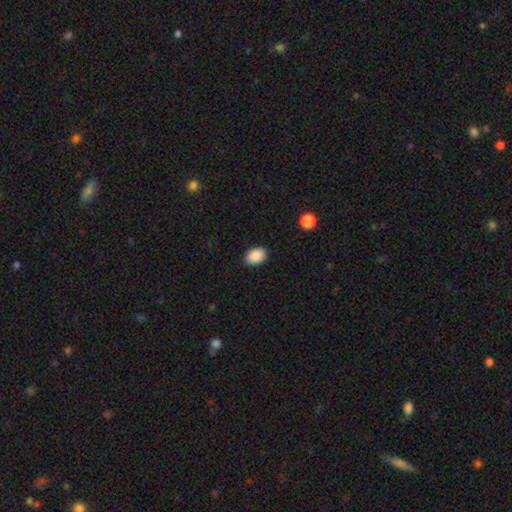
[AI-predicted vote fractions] Smooth or featured? smooth (90%)
How rounded? in between (82%)
Merging? none (88%)